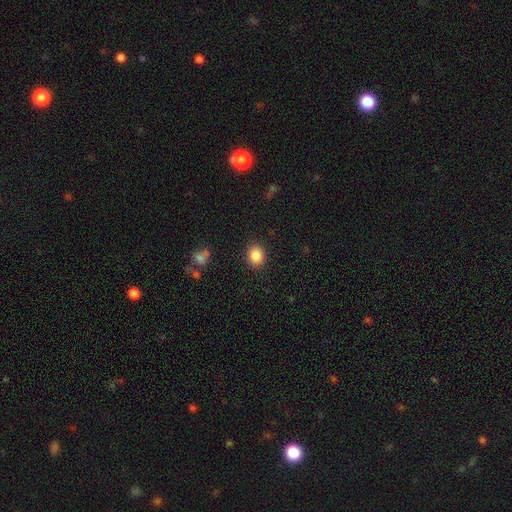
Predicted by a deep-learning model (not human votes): smooth_or_featured: smooth (p=0.87) [alt: star or artifact p=0.09]
how_rounded: round (p=0.67) [alt: in between p=0.32]
merging: none (p=0.88) [alt: minor disturbance p=0.08]